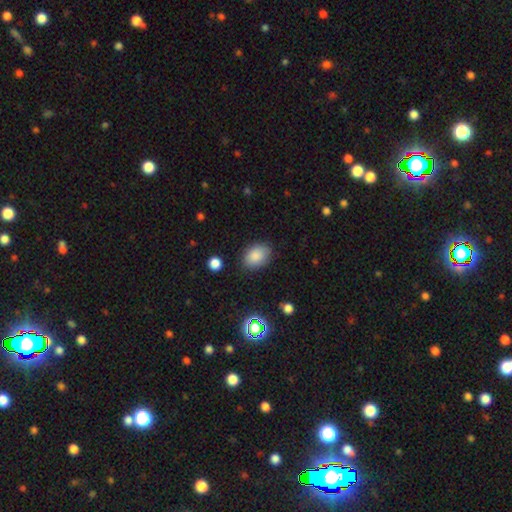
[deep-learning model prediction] smooth 86%, star or artifact 9%, featured or disk 5%. Down the decision tree: how rounded — in between (80%); merging — none (84%).